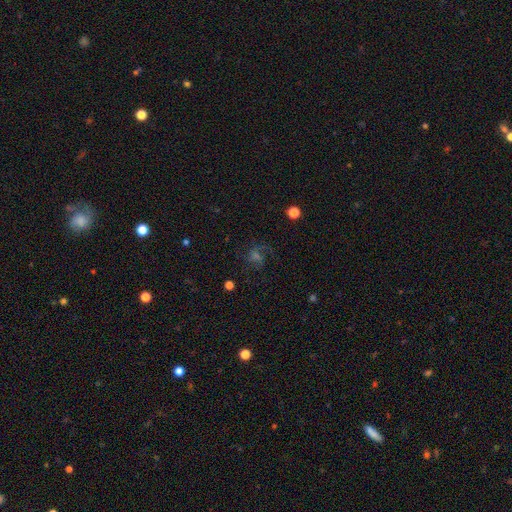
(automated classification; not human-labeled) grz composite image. It shows a featured or disk galaxy (44%). Merging: none (63%).